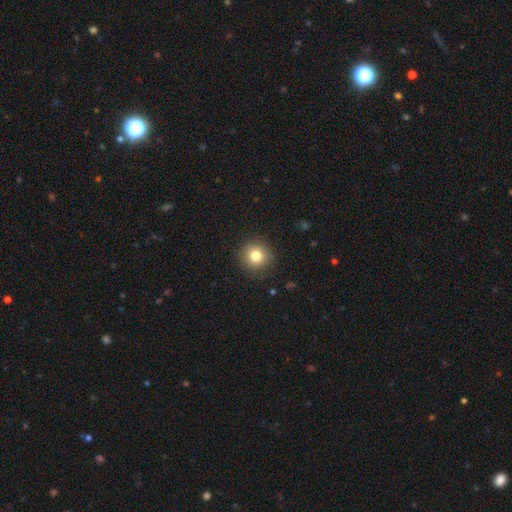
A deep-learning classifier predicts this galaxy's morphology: smooth_or_featured: smooth (p=0.80) [alt: star or artifact p=0.11]
how_rounded: round (p=0.93) [alt: in between p=0.06]
merging: none (p=0.90) [alt: minor disturbance p=0.07]